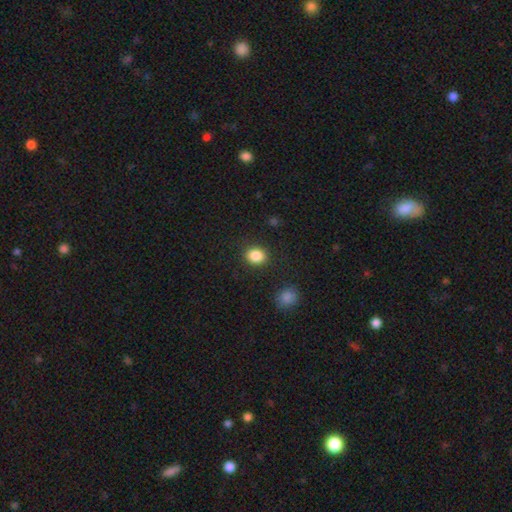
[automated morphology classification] Smooth or featured?
  - smooth: 86% *
  - star or artifact: 10%
  - featured or disk: 4%
How rounded?
  - round: 59% *
  - in between: 40%
  - cigar-shaped: 1%
Merging?
  - none: 87% *
  - minor disturbance: 8%
  - major disturbance: 3%
  - merger: 2%